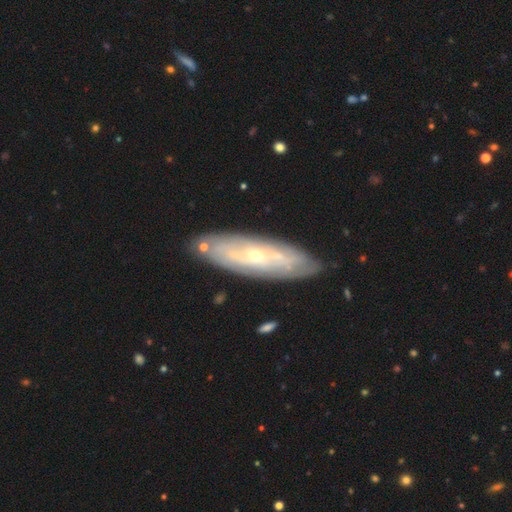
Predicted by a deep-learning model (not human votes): smooth-or-featured: featured or disk: 74% | smooth: 21% | star or artifact: 6%
  disk-edge-on: no: 75% | yes: 25%
    bar: no: 74% | weak: 20% | strong: 6%
    has-spiral-arms: yes: 72% | no: 28%
    bulge-size: small: 69% | moderate: 28% | large: 1% | none: 1% | dominant: 1%
  merging: none: 82% | minor disturbance: 13% | major disturbance: 3% | merger: 3%